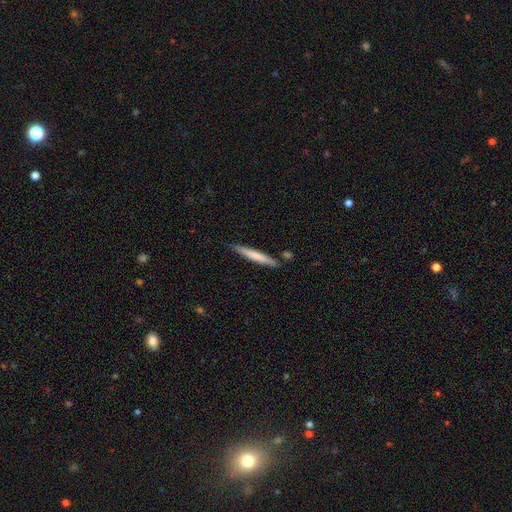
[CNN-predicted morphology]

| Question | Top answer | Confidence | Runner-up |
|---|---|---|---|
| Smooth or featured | smooth | 67% | featured or disk (28%) |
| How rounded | cigar-shaped | 95% | in between (4%) |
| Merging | none | 85% | minor disturbance (10%) |